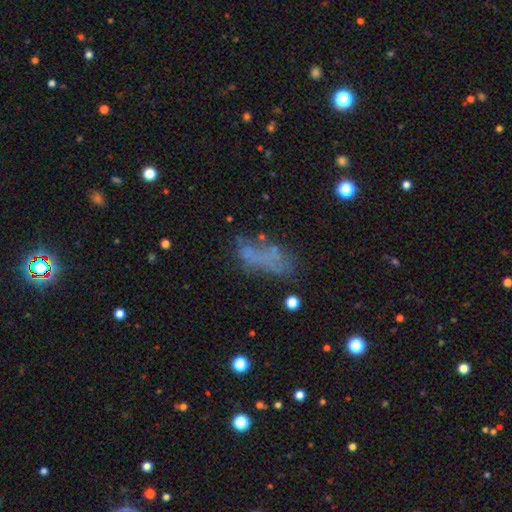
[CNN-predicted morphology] smooth_or_featured: smooth (p=0.51) [alt: featured or disk p=0.31]
how_rounded: in between (p=0.74) [alt: cigar-shaped p=0.22]
merging: none (p=0.44) [alt: major disturbance p=0.24]